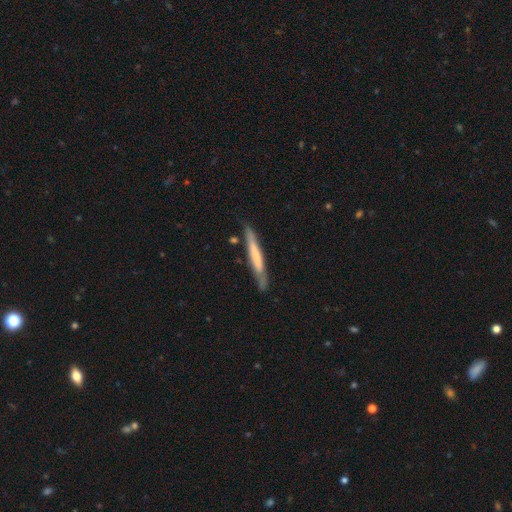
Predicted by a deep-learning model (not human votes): A smooth galaxy with no disk features (51%) that is cigar-shaped (95%).

Vote fractions:
- Smooth or featured? smooth: 51% / featured or disk: 43% / star or artifact: 5%
- How rounded? cigar-shaped: 95% / in between: 4% / round: 1%
- Merging? none: 77% / minor disturbance: 17% / major disturbance: 3% / merger: 3%